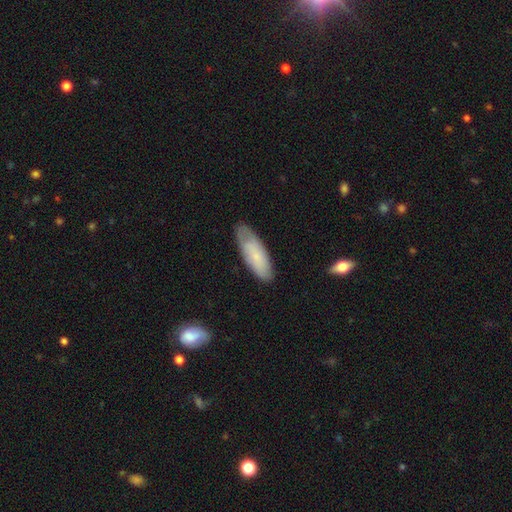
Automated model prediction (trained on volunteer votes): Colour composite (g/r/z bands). It shows a smooth galaxy with no disk features (68%) that is in between round and cigar-shaped (67%). Merging: none (65%).